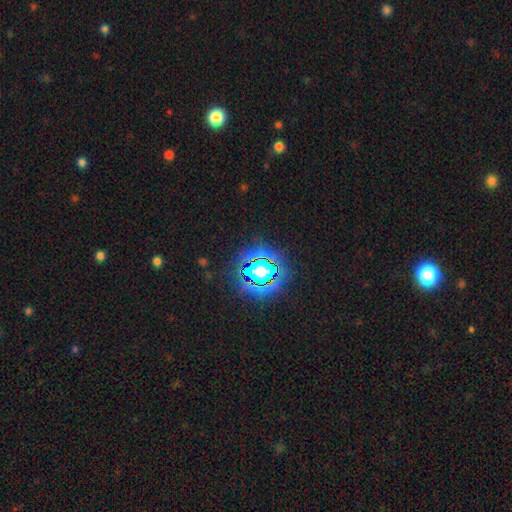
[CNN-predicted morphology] This appears to be a star or artifact, not a galaxy (82%).